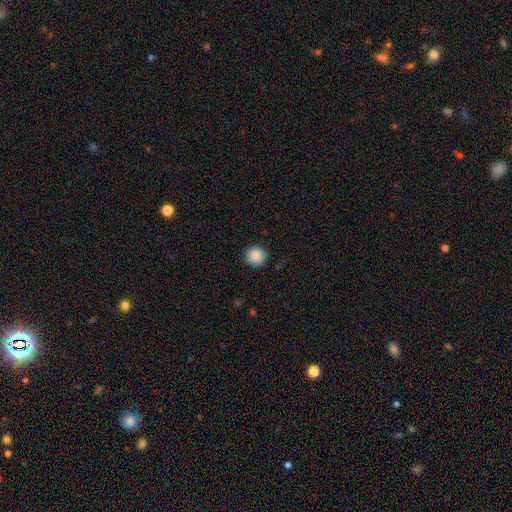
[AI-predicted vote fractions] Smooth or featured? smooth (89%)
How rounded? round (93%)
Merging? none (91%)